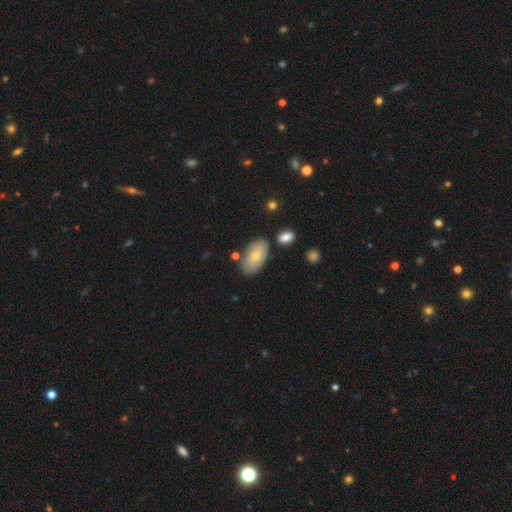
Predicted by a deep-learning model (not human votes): The model was most divided on "smooth or featured": smooth: 65%, featured or disk: 29%, star or artifact: 6%. More confident: how rounded — in between (93%); merging — none (70%).